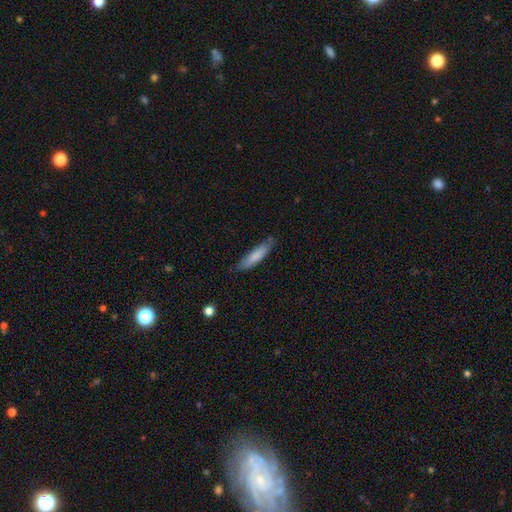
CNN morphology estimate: Smooth or featured?
  - smooth: 79% *
  - featured or disk: 16%
  - star or artifact: 6%
How rounded?
  - cigar-shaped: 80% *
  - in between: 18%
  - round: 1%
Merging?
  - none: 80% *
  - minor disturbance: 16%
  - major disturbance: 2%
  - merger: 2%